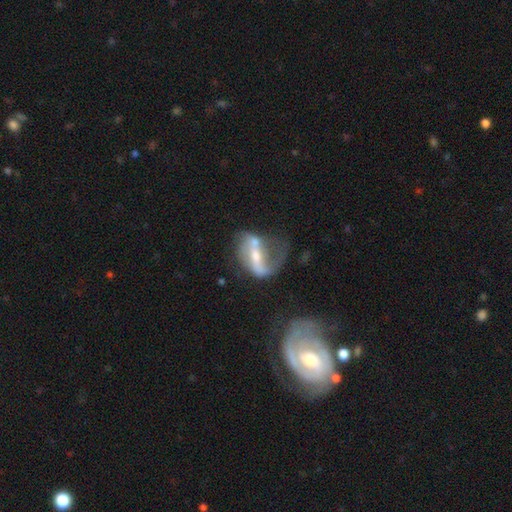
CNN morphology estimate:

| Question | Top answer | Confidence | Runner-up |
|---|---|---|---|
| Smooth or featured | featured or disk | 74% | smooth (18%) |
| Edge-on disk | no | 93% | yes (7%) |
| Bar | strong | 46% | weak (33%) |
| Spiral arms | yes | 76% | no (24%) |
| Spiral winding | loose | 61% | medium (29%) |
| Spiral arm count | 2 | 65% | 1 (22%) |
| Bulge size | moderate | 47% | small (41%) |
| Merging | major disturbance | 32% | tied: none (32%) |